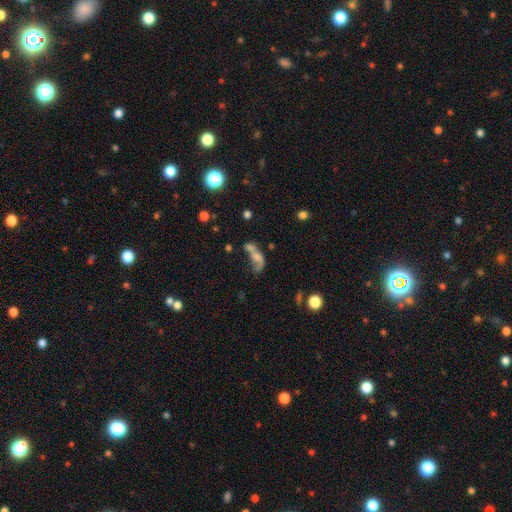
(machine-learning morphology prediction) smooth-or-featured: smooth: 49% | featured or disk: 35% | star or artifact: 16%
  merging: merger: 52% | major disturbance: 22% | none: 17% | minor disturbance: 10%